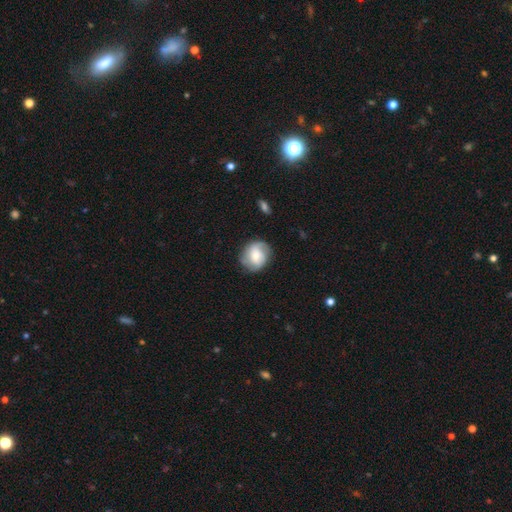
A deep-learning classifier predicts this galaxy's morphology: Q: Smooth or featured?
A: featured or disk (54%); runner-up: smooth (38%)
Q: Edge-on disk?
A: no (97%); runner-up: yes (3%)
Q: Bar?
A: no (49%); runner-up: weak (38%)
Q: Spiral arms?
A: yes (83%); runner-up: no (17%)
Q: Bulge size?
A: moderate (55%); runner-up: small (37%)
Q: Merging?
A: none (75%); runner-up: minor disturbance (18%)